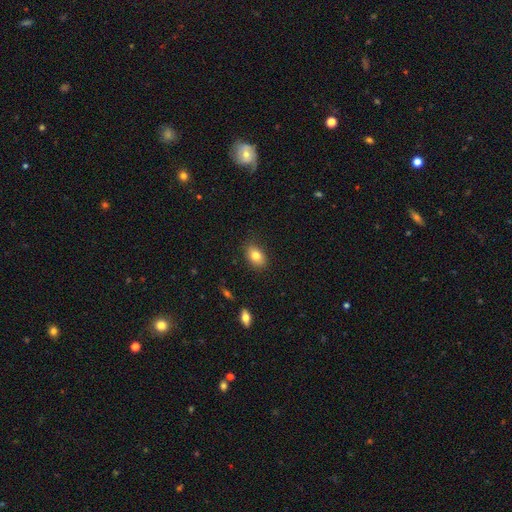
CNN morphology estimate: smooth-or-featured: smooth: 81% | featured or disk: 10% | star or artifact: 9%
  how-rounded: in between: 83% | round: 15% | cigar-shaped: 2%
  merging: none: 86% | minor disturbance: 11% | major disturbance: 2% | merger: 1%